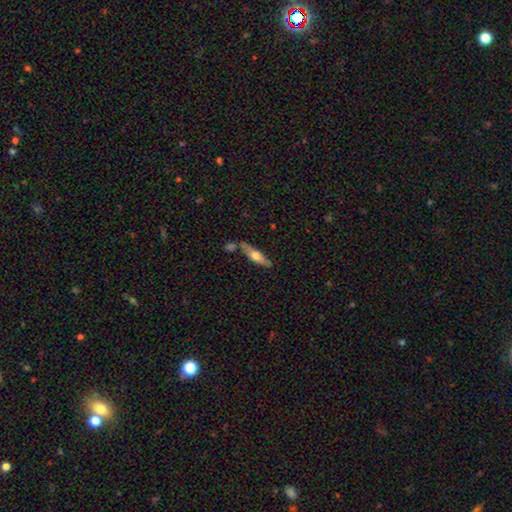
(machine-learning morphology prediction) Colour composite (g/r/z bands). It shows a featured or disk galaxy (49%). Merging: none (66%).